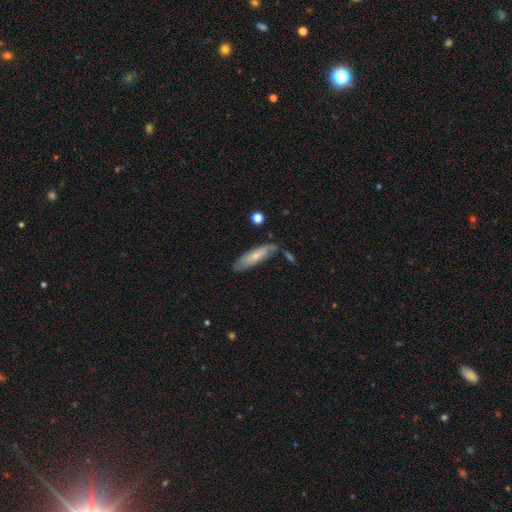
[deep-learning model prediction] smooth 60%, featured or disk 34%, star or artifact 6%. Down the decision tree: how rounded — cigar-shaped (59%); merging — none (61%).